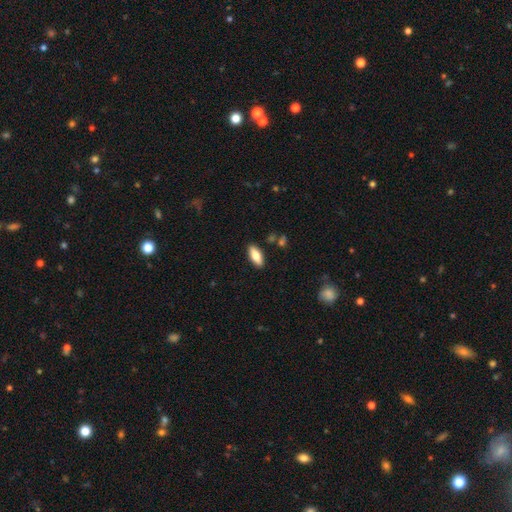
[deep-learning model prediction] Morphology: type=smooth (73%); roundness=in between (76%); merging=none (87%).